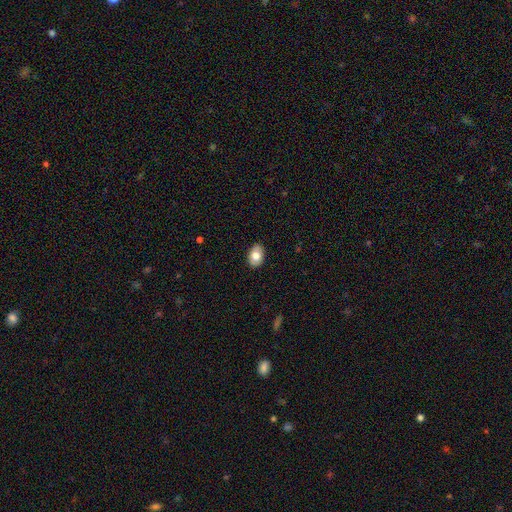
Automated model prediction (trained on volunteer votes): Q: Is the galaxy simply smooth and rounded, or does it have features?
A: smooth — 75%.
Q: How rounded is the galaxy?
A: in between — 87%.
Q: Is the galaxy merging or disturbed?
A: none — 87%.